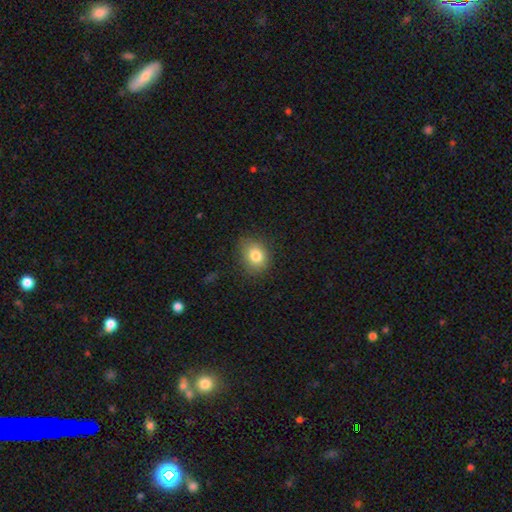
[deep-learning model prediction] This appears to be a smooth galaxy with no disk features (81%) that is round (55%). Merging: none (79%).